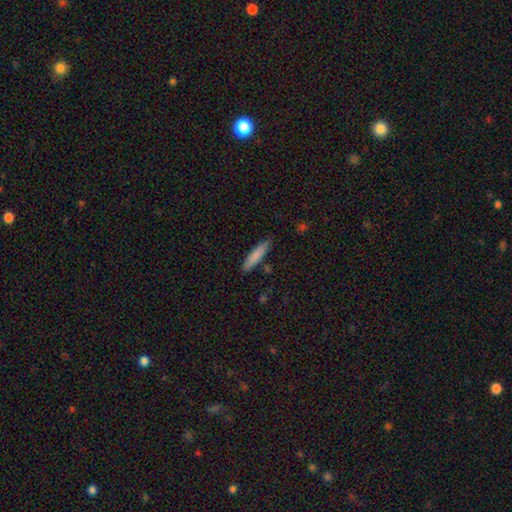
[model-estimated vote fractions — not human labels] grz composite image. It shows a smooth galaxy with no disk features (81%) that is cigar-shaped (85%). Merging: none (84%).